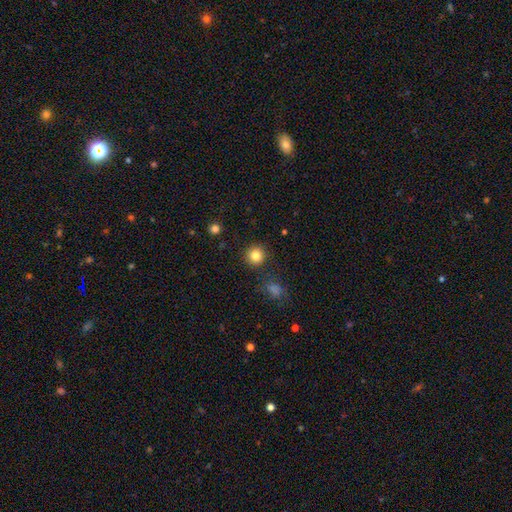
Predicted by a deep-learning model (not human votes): This is clearly a smooth galaxy (84%). How rounded: clearly round (93%). Merging: clearly none (89%).